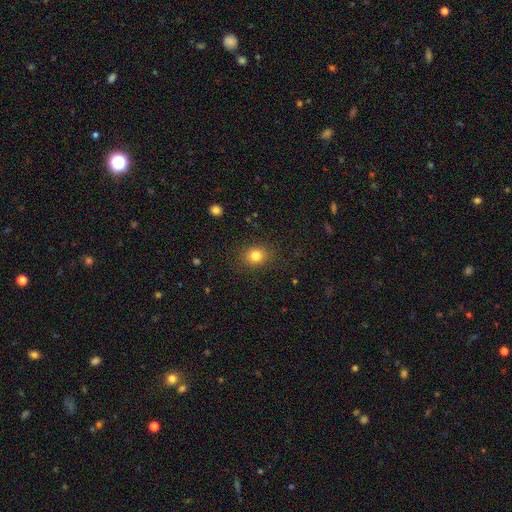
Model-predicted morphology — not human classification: Overall: smooth (82%). How rounded: round (66%; in between 33%). Merging: none (87%).